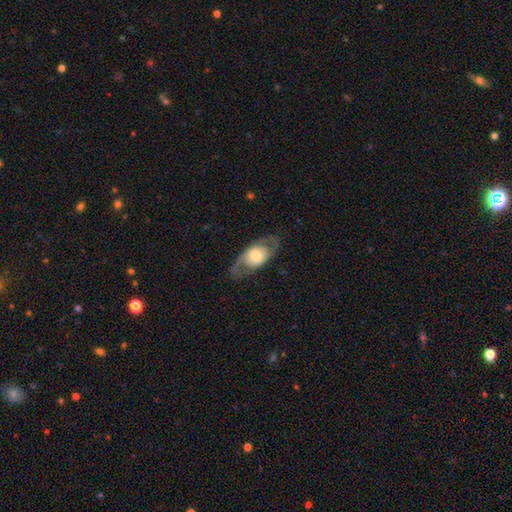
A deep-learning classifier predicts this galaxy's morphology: The model was most divided on "bulge size": moderate: 43%, large: 39%, small: 11%, dominant: 5%, none: 2%. More confident: edge-on disk — no (84%); merging — none (75%); bar — no (74%); smooth or featured — featured or disk (63%); spiral arms — yes (55%).